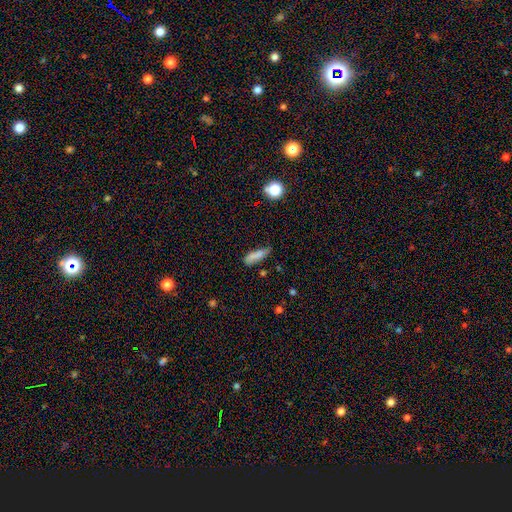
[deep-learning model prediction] smooth-or-featured: smooth: 80% | featured or disk: 11% | star or artifact: 9%
  how-rounded: cigar-shaped: 57% | in between: 41% | round: 2%
  merging: none: 59% | minor disturbance: 29% | major disturbance: 7% | merger: 5%